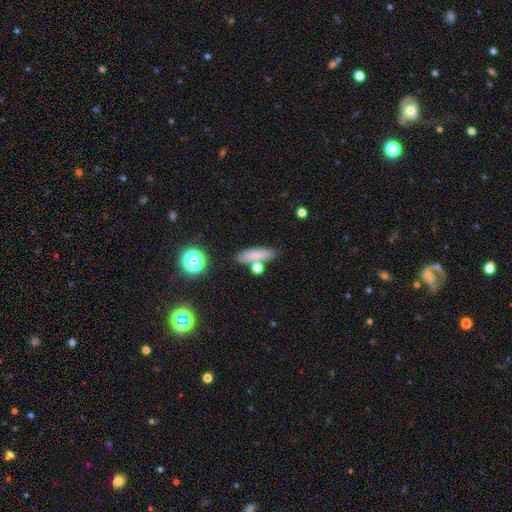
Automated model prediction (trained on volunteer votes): Morphology: type=smooth (78%); roundness=cigar-shaped (49%); merging=none (74%).